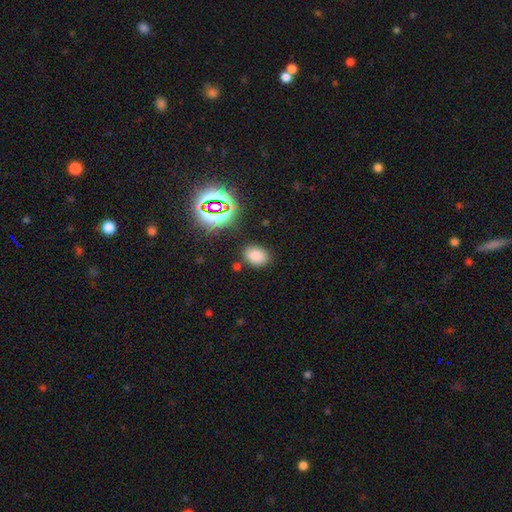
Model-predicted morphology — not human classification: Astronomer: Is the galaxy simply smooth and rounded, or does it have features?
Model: smooth — 77%.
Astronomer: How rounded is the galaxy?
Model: in between — 76%.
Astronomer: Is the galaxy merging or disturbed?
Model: none — 82%.